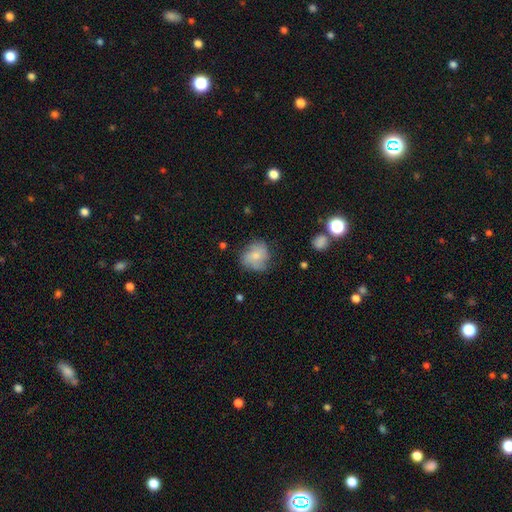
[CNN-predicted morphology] Overall: smooth (63%; featured or disk 28%). How rounded: round (73%). Merging: none (62%; minor disturbance 26%).